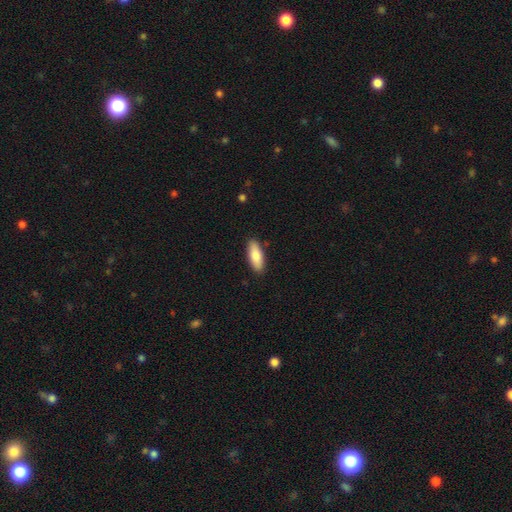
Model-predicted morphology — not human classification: The model was most divided on "how rounded": in between: 67%, cigar-shaped: 31%, round: 2%. More confident: merging — none (88%); smooth or featured — smooth (83%).